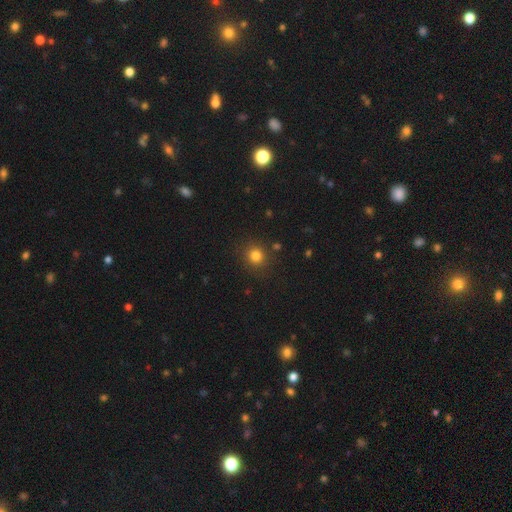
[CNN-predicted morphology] smooth_or_featured: smooth (p=0.81) [alt: star or artifact p=0.13]
how_rounded: round (p=0.87) [alt: in between p=0.12]
merging: none (p=0.87) [alt: minor disturbance p=0.08]